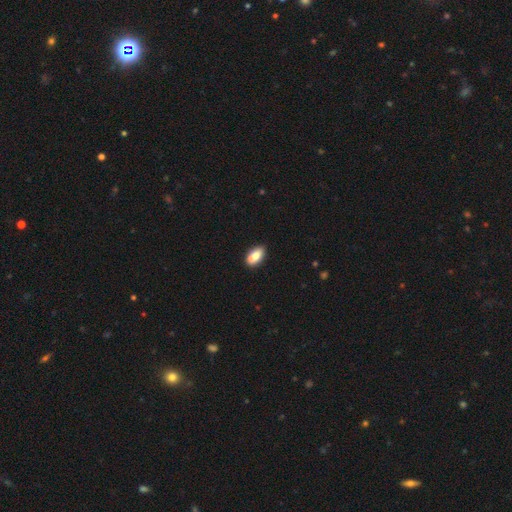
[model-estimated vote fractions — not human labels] smooth-or-featured: smooth: 77% | featured or disk: 15% | star or artifact: 7%
  how-rounded: in between: 88% | cigar-shaped: 7% | round: 5%
  merging: none: 58% | merger: 23% | minor disturbance: 15% | major disturbance: 4%